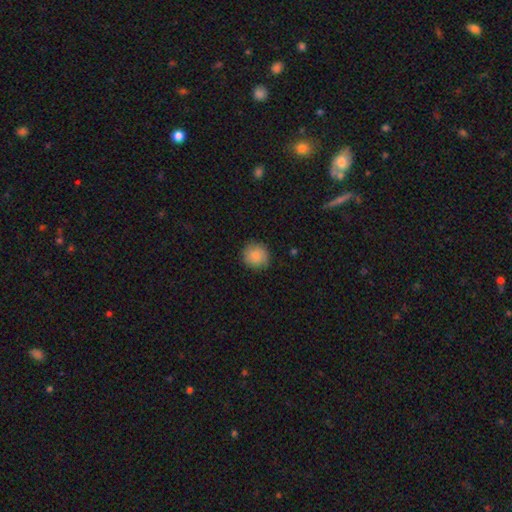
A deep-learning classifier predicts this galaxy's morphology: This is clearly a smooth galaxy (87%). How rounded: clearly round (91%). Merging: clearly none (86%).